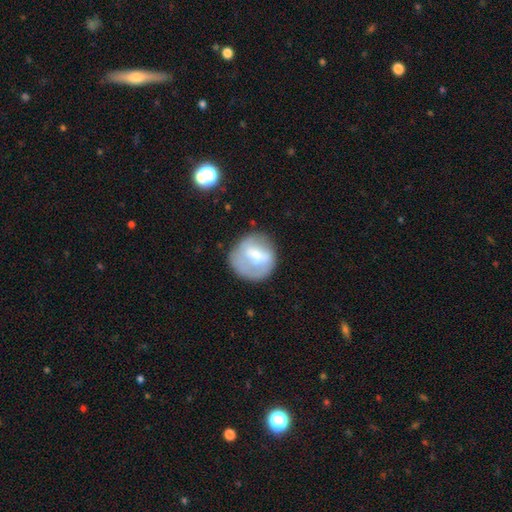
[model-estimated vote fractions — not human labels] Smooth or featured? smooth (55%)
How rounded? round (84%)
Merging? none (64%)